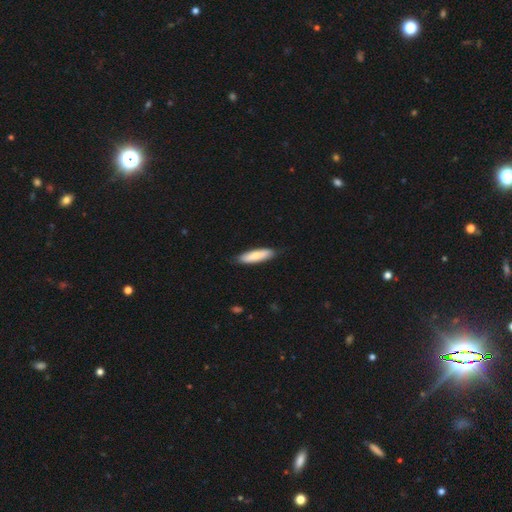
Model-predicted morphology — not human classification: smooth-or-featured: smooth: 77% | featured or disk: 18% | star or artifact: 5%
  how-rounded: cigar-shaped: 62% | in between: 37% | round: 1%
  merging: none: 84% | minor disturbance: 13% | major disturbance: 2% | merger: 1%